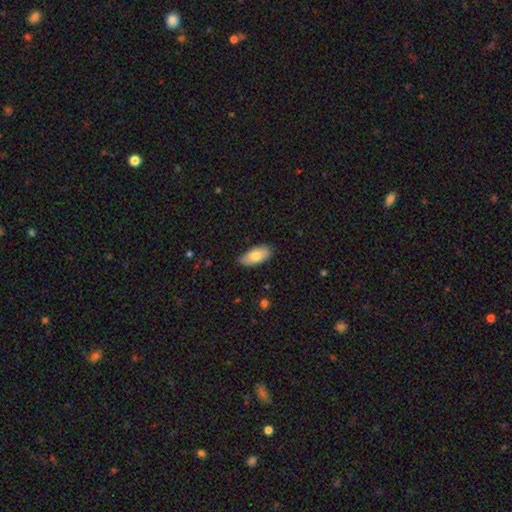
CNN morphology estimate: type=smooth (78%); roundness=in between (91%); merging=none (79%).